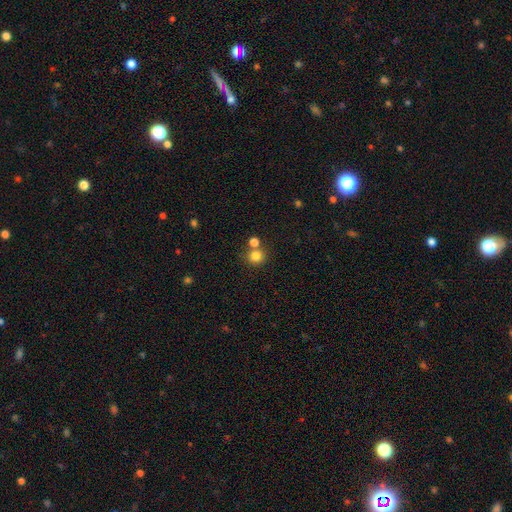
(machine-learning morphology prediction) smooth-or-featured: smooth: 81% | star or artifact: 13% | featured or disk: 6%
  how-rounded: round: 90% | in between: 9% | cigar-shaped: 1%
  merging: none: 65% | merger: 24% | minor disturbance: 8% | major disturbance: 3%